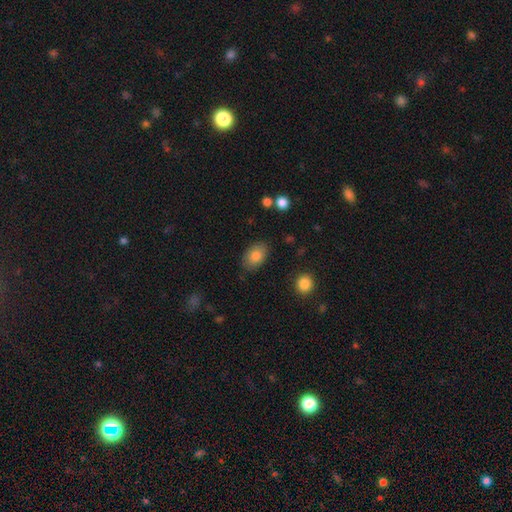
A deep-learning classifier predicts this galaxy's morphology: smooth-or-featured: smooth: 83% | featured or disk: 10% | star or artifact: 7%
  how-rounded: in between: 88% | round: 11% | cigar-shaped: 1%
  merging: none: 83% | minor disturbance: 12% | major disturbance: 3% | merger: 2%